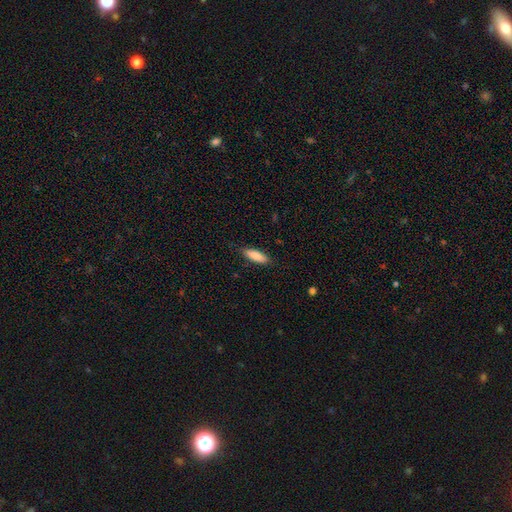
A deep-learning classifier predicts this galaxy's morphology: Q: Smooth or featured?
A: smooth (86%); runner-up: featured or disk (8%)
Q: How rounded?
A: in between (52%); runner-up: cigar-shaped (46%)
Q: Merging?
A: none (85%); runner-up: minor disturbance (12%)